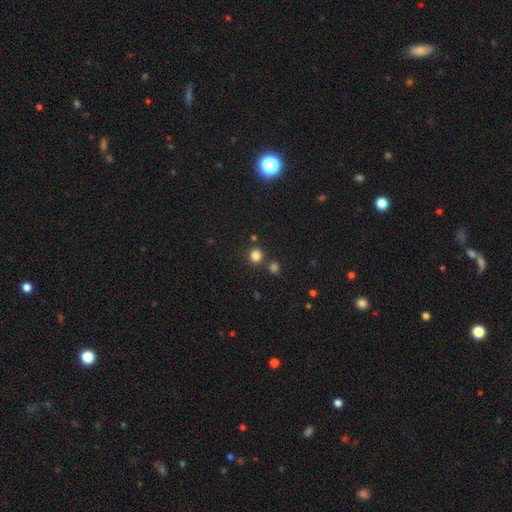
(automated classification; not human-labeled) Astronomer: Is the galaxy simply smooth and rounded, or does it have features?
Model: smooth — 81%.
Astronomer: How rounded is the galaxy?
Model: round — 89%.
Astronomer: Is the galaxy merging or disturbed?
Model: none — 79%.